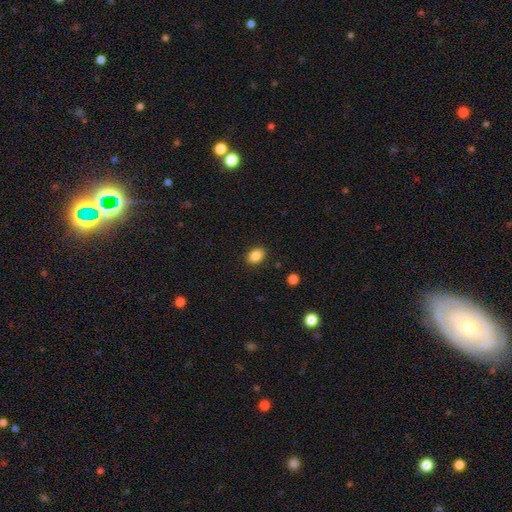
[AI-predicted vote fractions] smooth_or_featured: smooth (p=0.86) [alt: star or artifact p=0.09]
how_rounded: in between (p=0.77) [alt: round p=0.22]
merging: none (p=0.89) [alt: minor disturbance p=0.08]